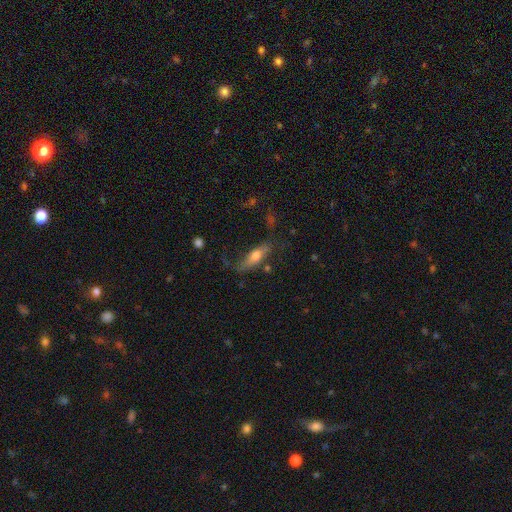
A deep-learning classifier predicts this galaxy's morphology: Smooth or featured?
  - smooth: 56% *
  - featured or disk: 37%
  - star or artifact: 7%
How rounded?
  - cigar-shaped: 54% *
  - in between: 43%
  - round: 3%
Merging?
  - none: 64% *
  - minor disturbance: 23%
  - major disturbance: 9%
  - merger: 4%